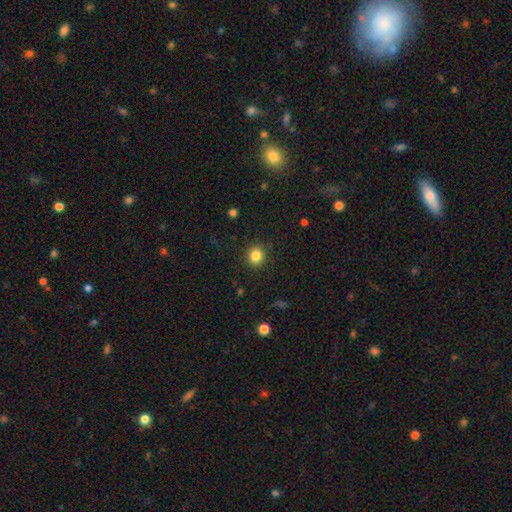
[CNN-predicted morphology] The model was most divided on "smooth or featured": smooth: 84%, star or artifact: 11%, featured or disk: 5%. More confident: merging — none (90%); how rounded — round (87%).